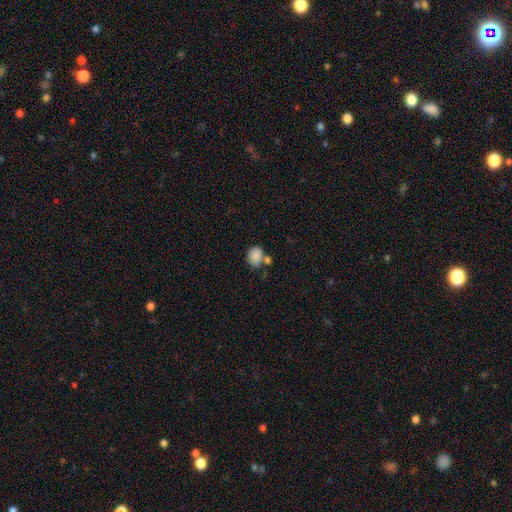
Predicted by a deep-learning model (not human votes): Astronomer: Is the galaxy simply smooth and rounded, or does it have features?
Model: smooth — 85%.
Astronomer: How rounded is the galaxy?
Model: in between — 57% (runner-up: round, 42%).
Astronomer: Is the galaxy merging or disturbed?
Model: none — 49% (runner-up: merger, 29%).